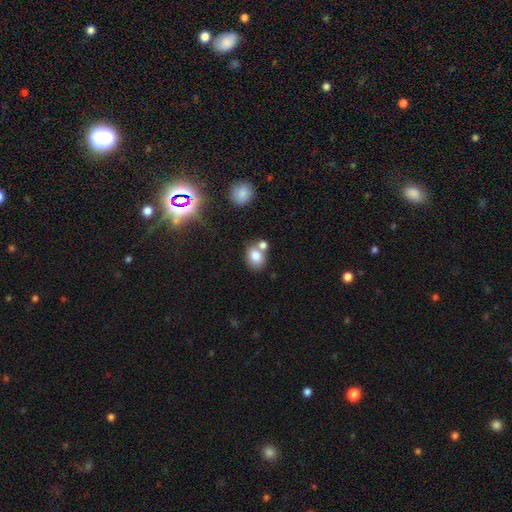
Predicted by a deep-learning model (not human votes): smooth_or_featured: smooth (p=0.80) [alt: star or artifact p=0.10]
how_rounded: in between (p=0.52) [alt: round p=0.47]
merging: none (p=0.53) [alt: merger p=0.32]